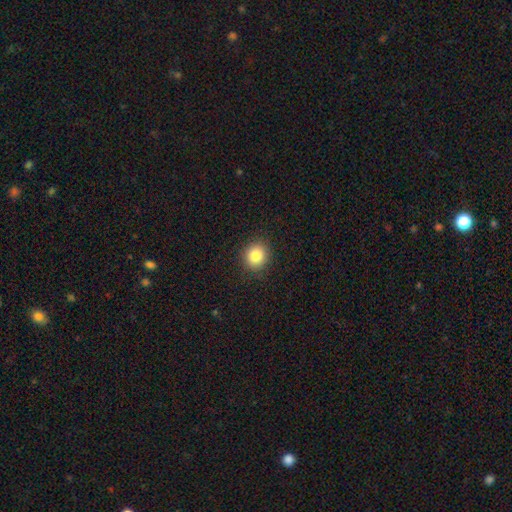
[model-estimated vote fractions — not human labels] Smooth or featured? smooth (84%)
How rounded? round (82%)
Merging? none (90%)